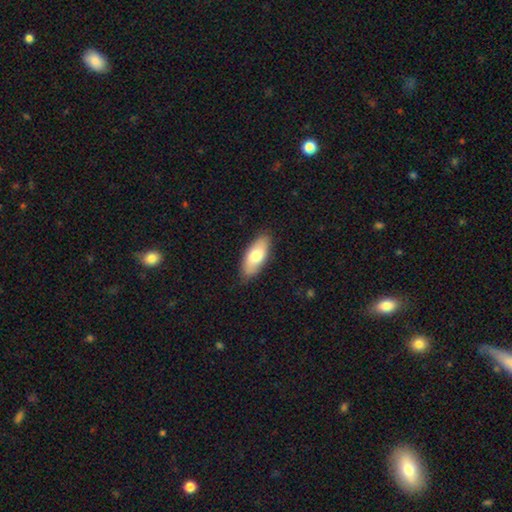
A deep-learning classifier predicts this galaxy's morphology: smooth_or_featured: smooth (p=0.75) [alt: featured or disk p=0.19]
how_rounded: in between (p=0.83) [alt: cigar-shaped p=0.15]
merging: none (p=0.85) [alt: minor disturbance p=0.12]